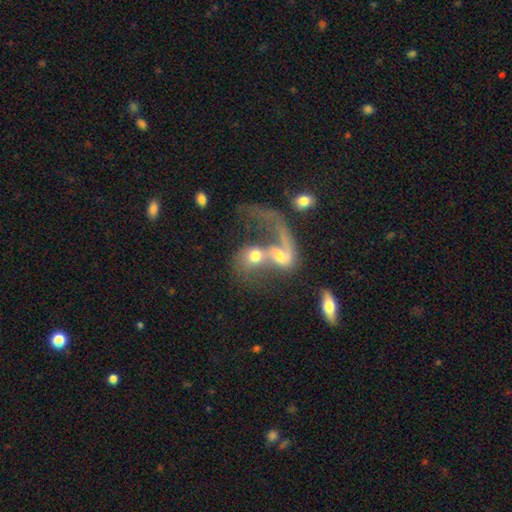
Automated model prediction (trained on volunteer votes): This appears to be a featured or disk galaxy (51%). Merging: merger (74%).